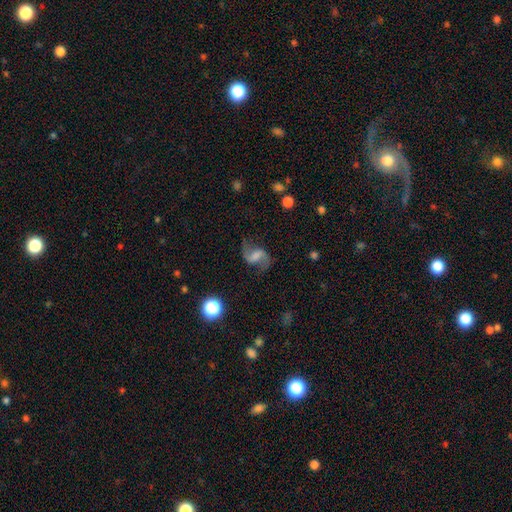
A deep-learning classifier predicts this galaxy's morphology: smooth-or-featured: featured or disk: 77% | smooth: 14% | star or artifact: 9%
  disk-edge-on: no: 98% | yes: 2%
    bar: weak: 49% | strong: 30% | no: 21%
    has-spiral-arms: yes: 94% | no: 6%
      spiral-winding: loose: 68% | medium: 27% | tight: 5%
      spiral-arm-count: 2: 92% | can't tell: 2% | 1: 2% | 3: 1% | 4: 1% | more than 4: 1%
    bulge-size: none: 38% | moderate: 25% | small: 24% | large: 11% | dominant: 2%
  merging: none: 74% | minor disturbance: 15% | major disturbance: 10% | merger: 2%